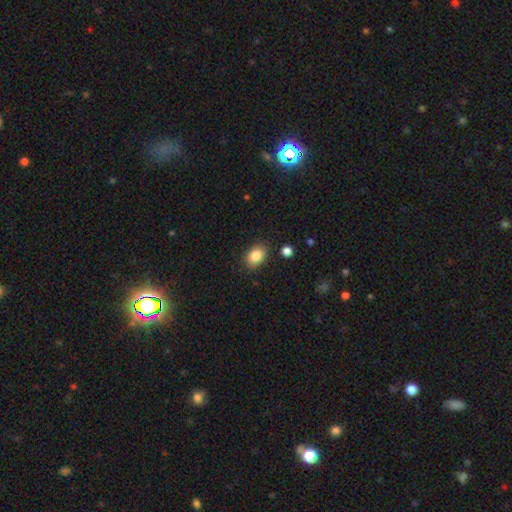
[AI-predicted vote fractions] Overall: smooth (85%). How rounded: in between (78%). Merging: none (86%).